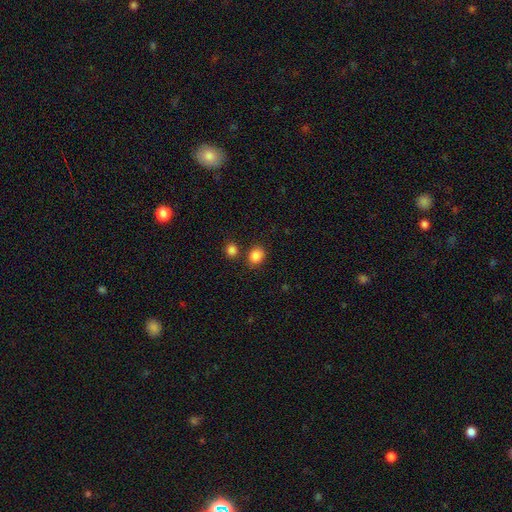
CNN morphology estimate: type=smooth (86%); roundness=round (62%); merging=none (77%).